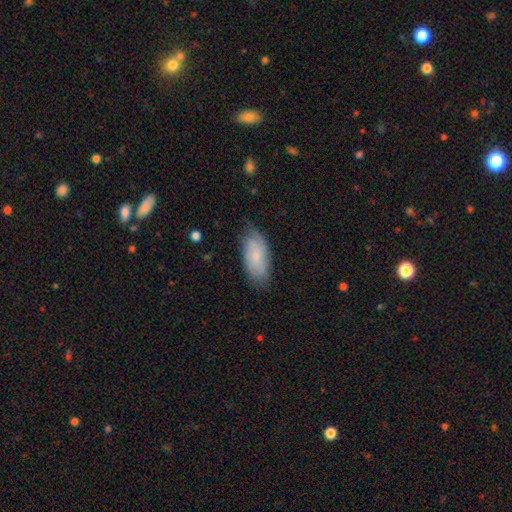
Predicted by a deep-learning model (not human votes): A smooth galaxy with no disk features (73%) that is in between round and cigar-shaped (89%).

Vote fractions:
- Smooth or featured? smooth: 73% / featured or disk: 20% / star or artifact: 7%
- How rounded? in between: 89% / cigar-shaped: 8% / round: 2%
- Merging? none: 74% / minor disturbance: 21% / major disturbance: 4% / merger: 1%